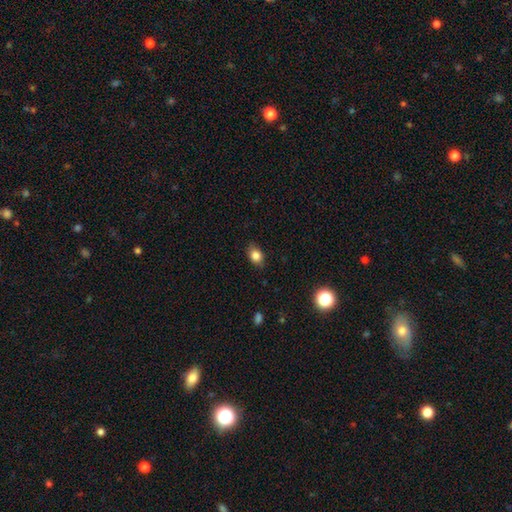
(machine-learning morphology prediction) smooth 83%, star or artifact 10%, featured or disk 8%. Down the decision tree: how rounded — in between (73%); merging — none (83%).